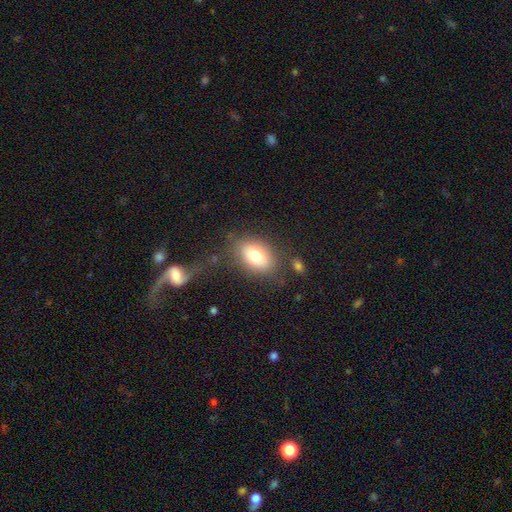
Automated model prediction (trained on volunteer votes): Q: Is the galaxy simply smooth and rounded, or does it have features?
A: smooth — 76%.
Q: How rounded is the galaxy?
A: in between — 78%.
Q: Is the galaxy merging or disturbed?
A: none — 73%.